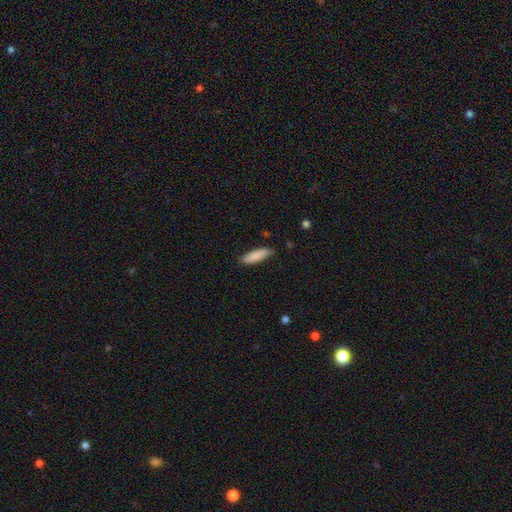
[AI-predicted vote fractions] A smooth galaxy with no disk features (87%) that is cigar-shaped (64%). Merging: none (82%).